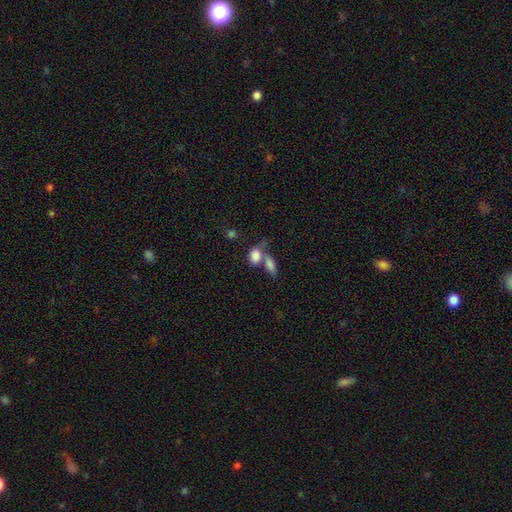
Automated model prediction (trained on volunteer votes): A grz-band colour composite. It shows a smooth galaxy with no disk features (83%) that is in between round and cigar-shaped (75%). Merging: merger (54%).